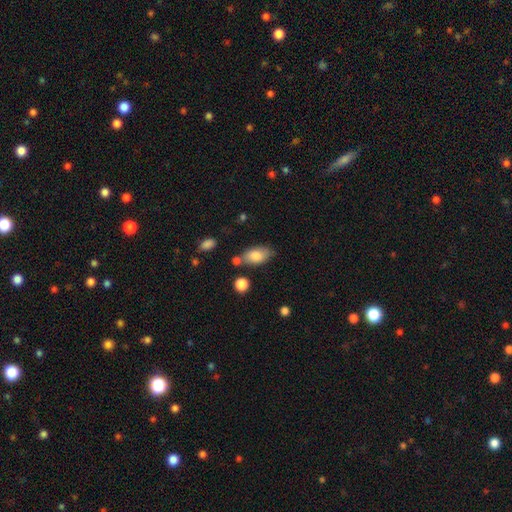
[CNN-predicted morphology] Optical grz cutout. It shows a smooth galaxy with no disk features (81%) that is in between round and cigar-shaped (91%). Merging: none (67%).